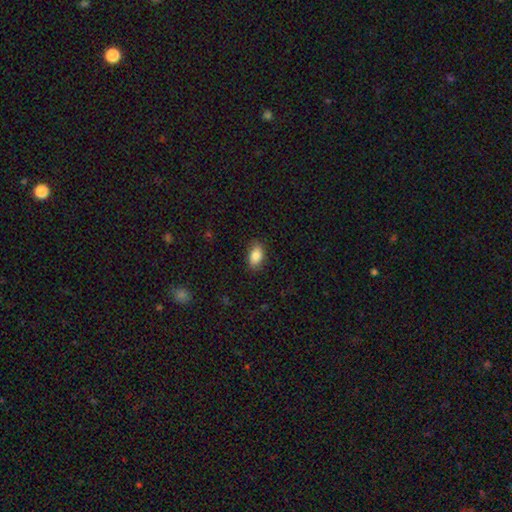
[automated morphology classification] smooth_or_featured: smooth (p=0.85) [alt: featured or disk p=0.07]
how_rounded: in between (p=0.91) [alt: round p=0.07]
merging: none (p=0.85) [alt: minor disturbance p=0.12]